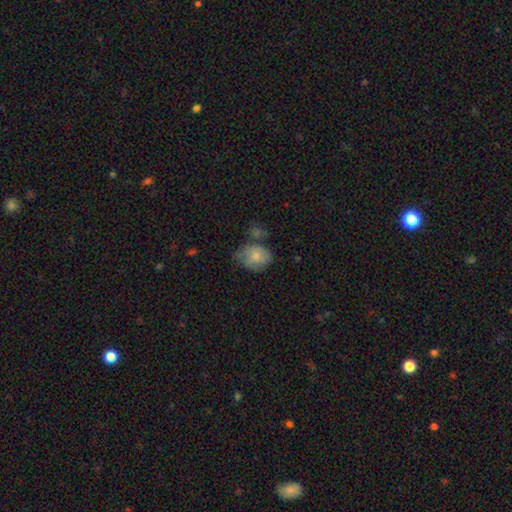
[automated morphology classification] Q: Smooth or featured?
A: smooth (72%); runner-up: featured or disk (21%)
Q: How rounded?
A: in between (55%); runner-up: round (44%)
Q: Merging?
A: none (39%); runner-up: minor disturbance (34%)